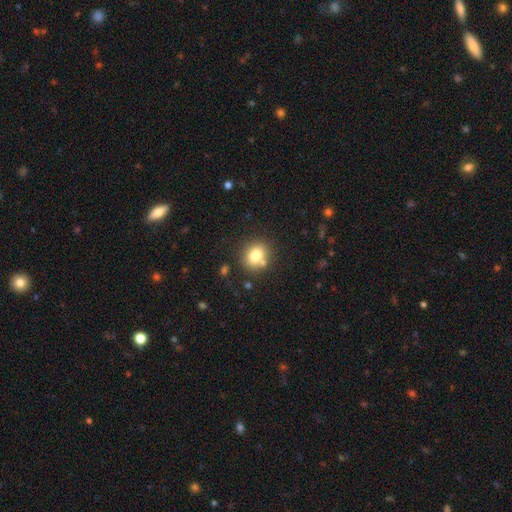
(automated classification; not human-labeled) Q: Smooth or featured?
A: smooth (78%); runner-up: star or artifact (11%)
Q: How rounded?
A: round (70%); runner-up: in between (29%)
Q: Merging?
A: none (75%); runner-up: minor disturbance (12%)